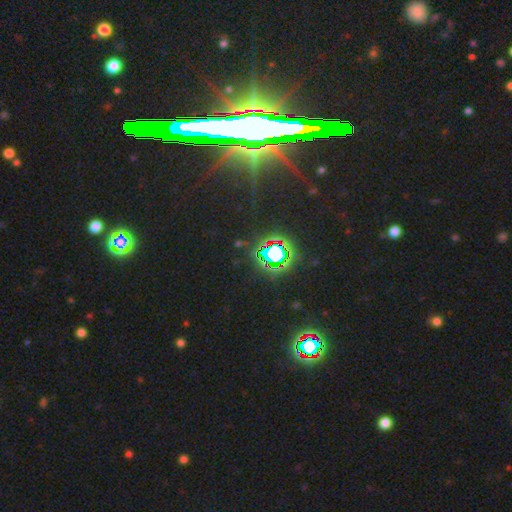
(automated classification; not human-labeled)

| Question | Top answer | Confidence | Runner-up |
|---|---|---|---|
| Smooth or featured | star or artifact | 84% | featured or disk (8%) |